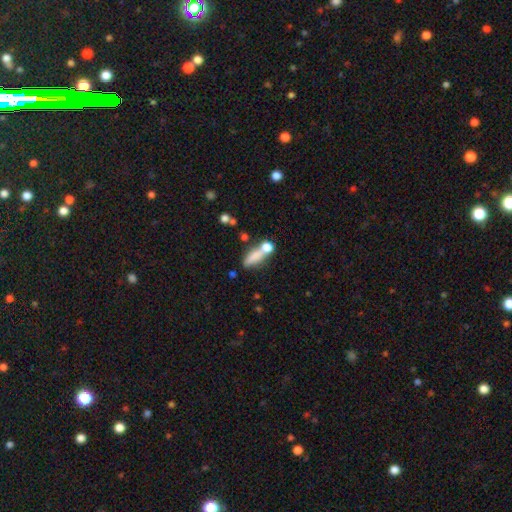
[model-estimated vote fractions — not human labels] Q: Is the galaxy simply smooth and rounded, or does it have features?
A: smooth — 72%.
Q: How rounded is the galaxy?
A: in between — 53%.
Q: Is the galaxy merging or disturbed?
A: none — 42%.